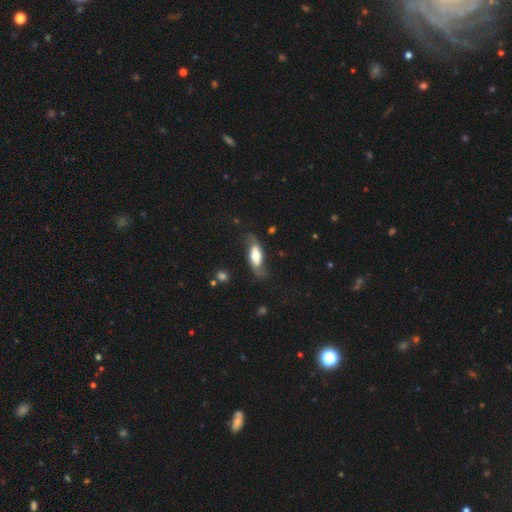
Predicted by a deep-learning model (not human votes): Smooth or featured? Predicted: featured or disk (p=0.54). Edge-on disk? Predicted: no (p=0.76). Merging? Predicted: none (p=0.65).